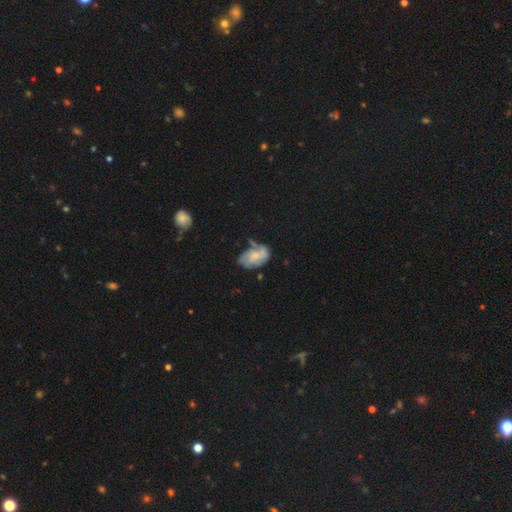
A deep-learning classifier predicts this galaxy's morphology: smooth-or-featured: featured or disk: 60% | smooth: 33% | star or artifact: 7%
  disk-edge-on: no: 97% | yes: 3%
    bar: no: 69% | weak: 27% | strong: 4%
    has-spiral-arms: yes: 74% | no: 26%
    bulge-size: small: 50% | moderate: 30% | none: 16% | large: 3% | dominant: 1%
  merging: none: 42% | minor disturbance: 31% | major disturbance: 18% | merger: 10%